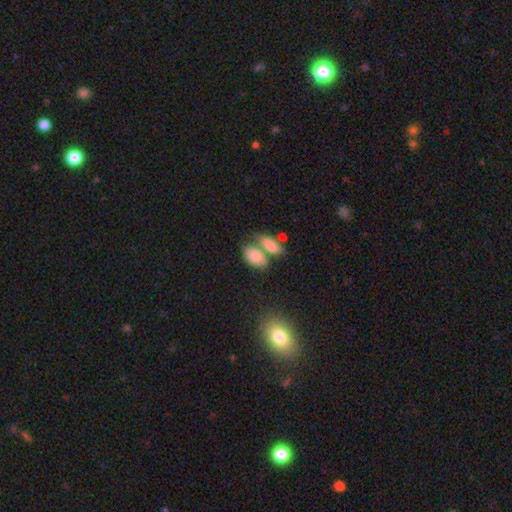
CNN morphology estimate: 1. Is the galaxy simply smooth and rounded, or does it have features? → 78% smooth, 13% featured or disk, 9% star or artifact.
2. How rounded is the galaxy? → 88% in between, 9% round, 3% cigar-shaped.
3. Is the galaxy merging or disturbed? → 41% none, 40% merger, 14% minor disturbance, 6% major disturbance.